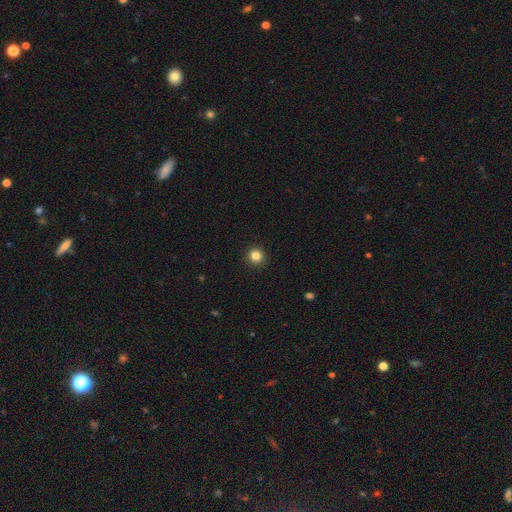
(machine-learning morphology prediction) Smooth or featured: smooth — 84% (star or artifact — 12%)
How rounded: round — 91% (in between — 8%)
Merging: none — 92% (minor disturbance — 5%)